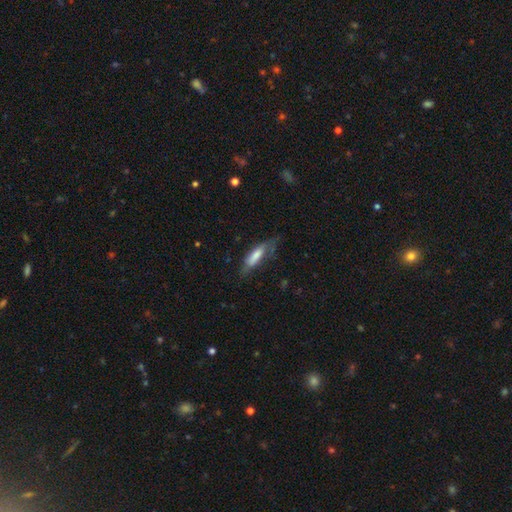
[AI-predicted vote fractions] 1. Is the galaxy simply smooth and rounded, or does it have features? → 66% smooth, 27% featured or disk, 6% star or artifact.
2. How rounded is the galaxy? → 55% cigar-shaped, 43% in between, 2% round.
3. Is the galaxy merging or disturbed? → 51% none, 30% minor disturbance, 17% major disturbance, 2% merger.